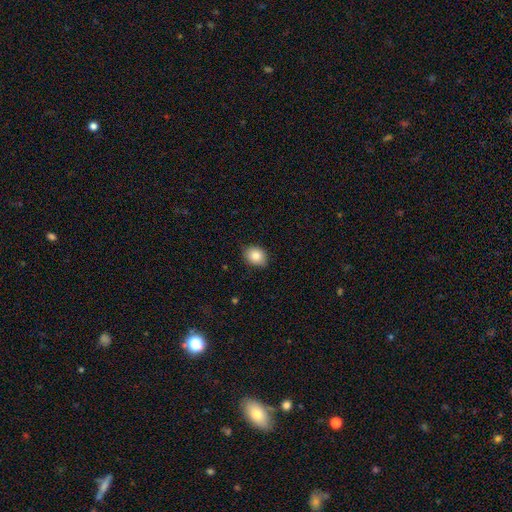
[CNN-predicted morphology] This appears to be a smooth galaxy with no disk features (83%) that is in between round and cigar-shaped (50%). Merging: none (81%).